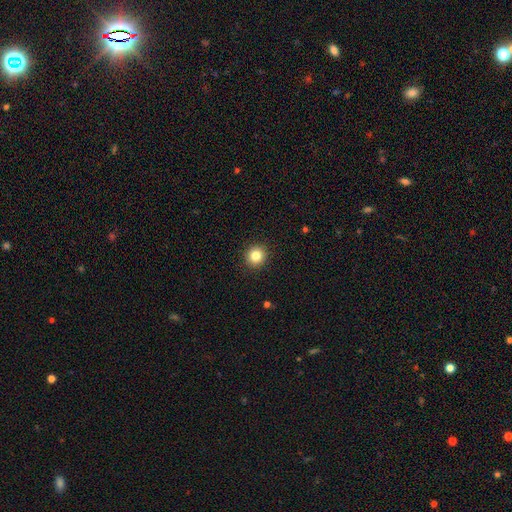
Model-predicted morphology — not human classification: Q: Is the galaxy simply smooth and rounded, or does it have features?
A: smooth — 84%.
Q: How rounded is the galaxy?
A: round — 92%.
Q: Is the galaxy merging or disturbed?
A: none — 92%.